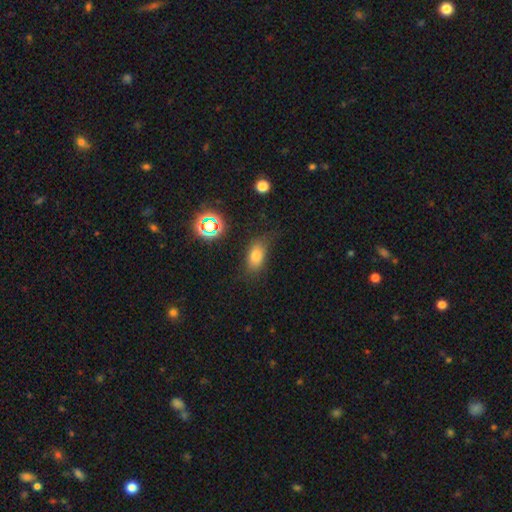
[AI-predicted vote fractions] A smooth galaxy with no disk features (74%) that is in between round and cigar-shaped (84%).

Vote fractions:
- Smooth or featured? smooth: 74% / star or artifact: 16% / featured or disk: 10%
- How rounded? in between: 84% / round: 11% / cigar-shaped: 5%
- Merging? none: 69% / minor disturbance: 21% / major disturbance: 8% / merger: 2%